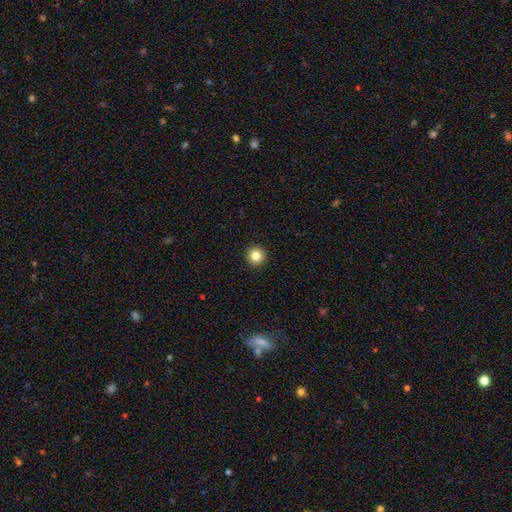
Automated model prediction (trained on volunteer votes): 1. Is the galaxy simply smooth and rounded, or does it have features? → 83% smooth, 11% star or artifact, 5% featured or disk.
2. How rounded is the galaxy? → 96% round, 3% in between, 1% cigar-shaped.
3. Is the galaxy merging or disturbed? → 94% none, 4% minor disturbance, 1% major disturbance, 1% merger.